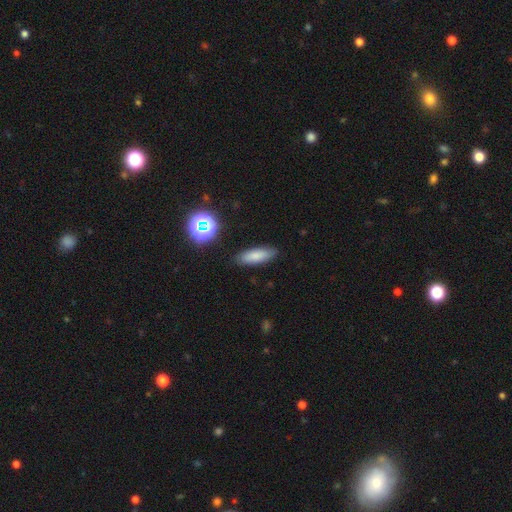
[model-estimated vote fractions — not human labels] This appears to be a smooth galaxy with no disk features (80%) that is in between round and cigar-shaped (57%). Merging: none (87%).